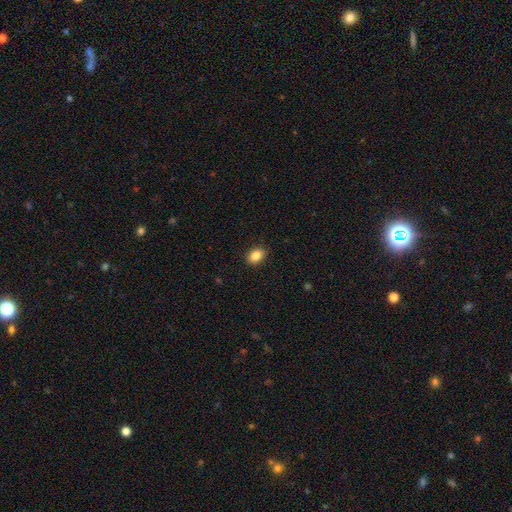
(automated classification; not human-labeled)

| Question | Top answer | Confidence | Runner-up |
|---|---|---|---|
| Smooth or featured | smooth | 86% | star or artifact (9%) |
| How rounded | in between | 77% | round (22%) |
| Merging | none | 89% | minor disturbance (8%) |